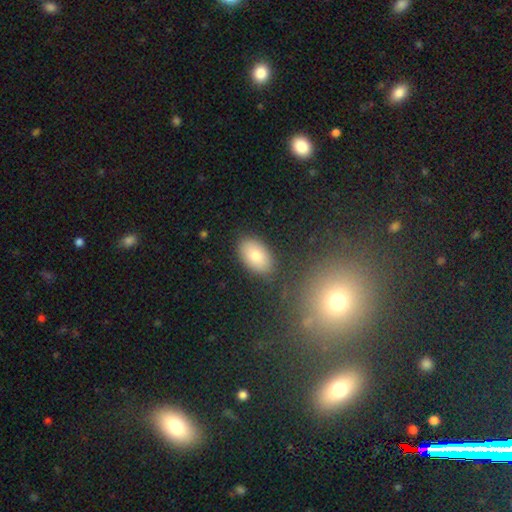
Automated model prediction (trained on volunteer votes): smooth_or_featured: smooth (p=0.82) [alt: featured or disk p=0.11]
how_rounded: in between (p=0.92) [alt: round p=0.06]
merging: none (p=0.84) [alt: minor disturbance p=0.10]